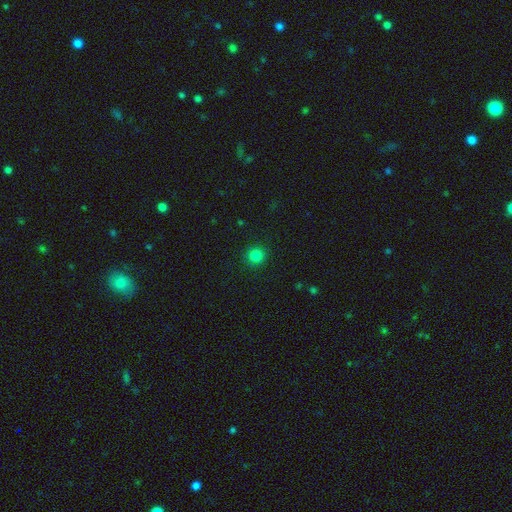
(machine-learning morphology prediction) This appears to be a smooth galaxy with no disk features (82%) that is round (94%). Merging: none (92%).